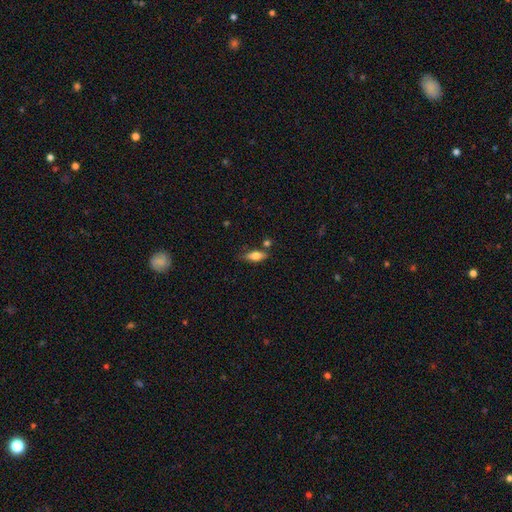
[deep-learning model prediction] The model was most divided on "smooth or featured": smooth: 68%, featured or disk: 25%, star or artifact: 7%. More confident: how rounded — in between (71%); merging — none (69%).